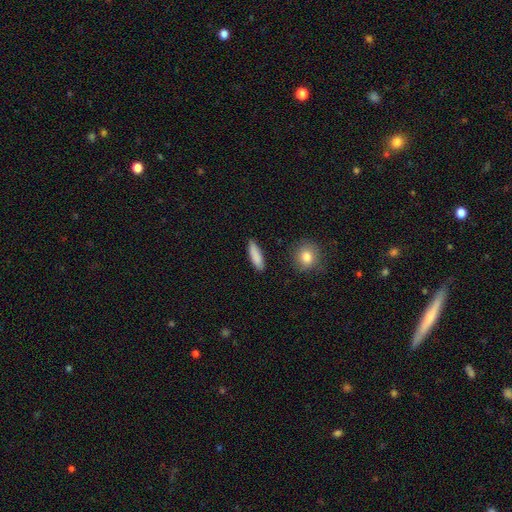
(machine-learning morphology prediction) smooth 87%, featured or disk 7%, star or artifact 6%. Down the decision tree: how rounded — cigar-shaped (59%); merging — none (87%).